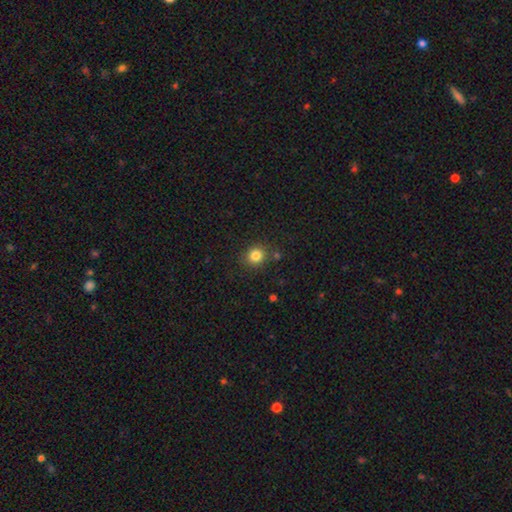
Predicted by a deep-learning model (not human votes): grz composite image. It shows a smooth galaxy with no disk features (82%) that is round (82%). Merging: none (83%).